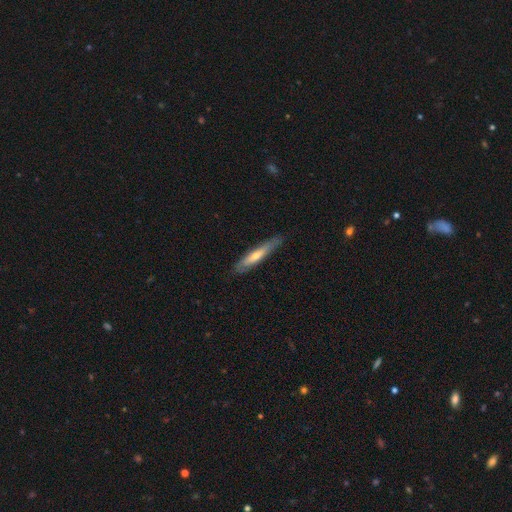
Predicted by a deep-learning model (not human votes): smooth-or-featured: smooth: 51% | featured or disk: 44% | star or artifact: 6%
  how-rounded: cigar-shaped: 89% | in between: 9% | round: 1%
  merging: none: 81% | minor disturbance: 15% | major disturbance: 3% | merger: 1%